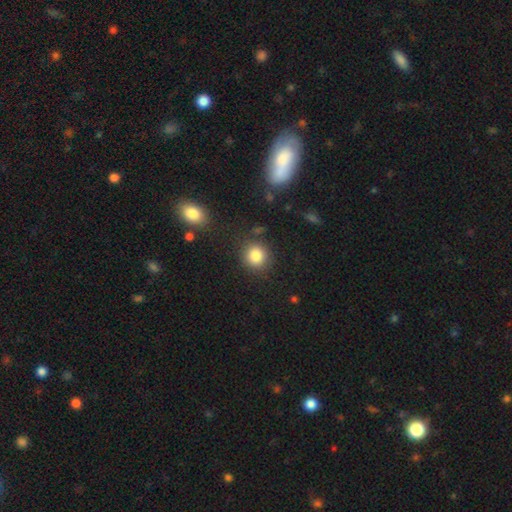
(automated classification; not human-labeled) Smooth or featured? smooth (84%)
How rounded? round (87%)
Merging? none (85%)